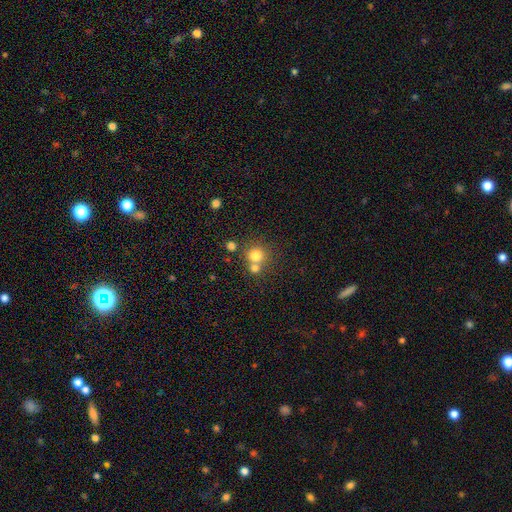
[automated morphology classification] type=smooth (76%); roundness=round (90%); merging=none (55%).